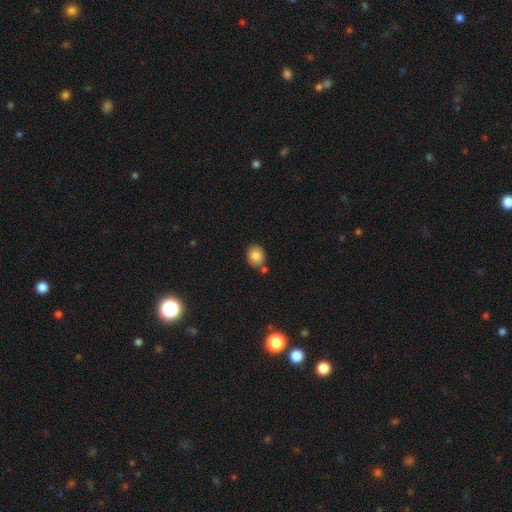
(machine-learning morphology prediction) smooth-or-featured: smooth: 82% | featured or disk: 9% | star or artifact: 9%
  how-rounded: round: 64% | in between: 35% | cigar-shaped: 1%
  merging: none: 74% | minor disturbance: 12% | merger: 11% | major disturbance: 3%